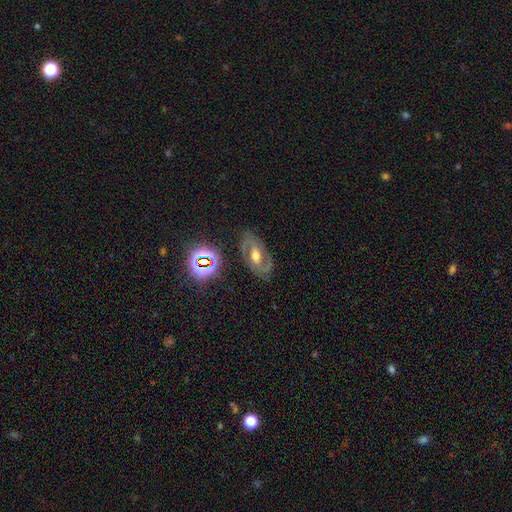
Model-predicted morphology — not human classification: Smooth or featured?
  - featured or disk: 75% *
  - smooth: 13%
  - star or artifact: 12%
Edge-on disk?
  - no: 95% *
  - yes: 5%
Bar?
  - weak: 40% *
  - no: 31%
  - strong: 29%
Spiral arms?
  - yes: 85% *
  - no: 15%
Spiral winding?
  - medium: 52% *
  - tight: 31%
  - loose: 17%
Spiral arm count?
  - 2: 87% *
  - can't tell: 7%
  - 1: 3%
  - 3: 1%
  - 4: 1%
  - more than 4: 1%
Bulge size?
  - moderate: 70% *
  - small: 15%
  - large: 12%
  - none: 2%
  - dominant: 1%
Merging?
  - none: 79% *
  - minor disturbance: 13%
  - major disturbance: 6%
  - merger: 2%